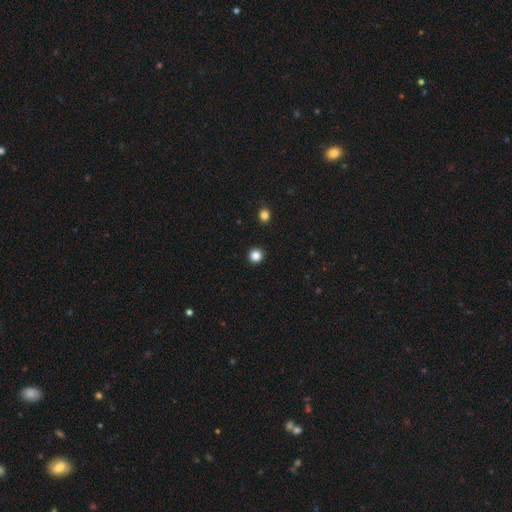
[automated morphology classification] Smooth or featured: smooth — 84% (star or artifact — 12%)
How rounded: round — 94% (in between — 5%)
Merging: none — 93% (minor disturbance — 4%)